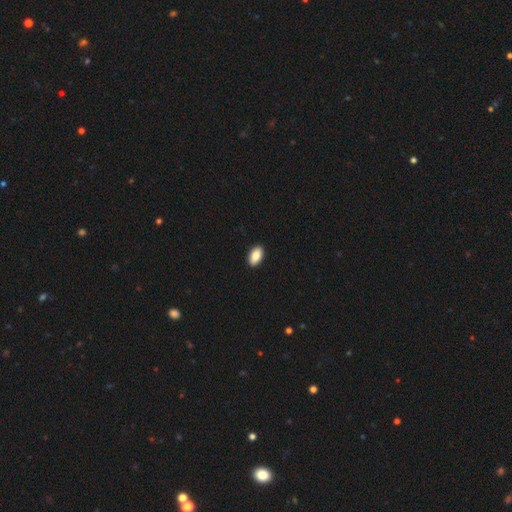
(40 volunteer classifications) smooth_or_featured: smooth (p=1.00)
how_rounded: in between (p=0.95) [alt: round p=0.03]
merging: none (p=0.97) [alt: major disturbance p=0.03]